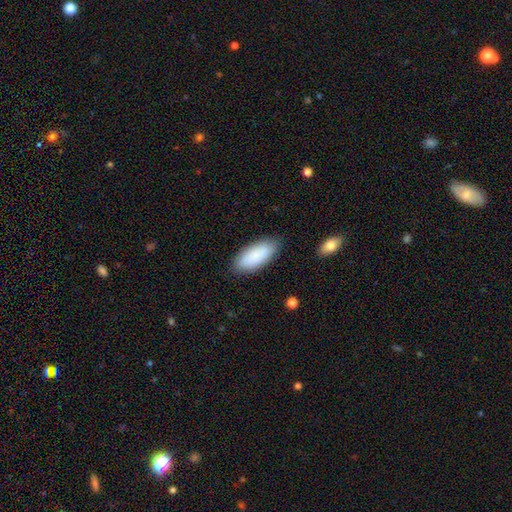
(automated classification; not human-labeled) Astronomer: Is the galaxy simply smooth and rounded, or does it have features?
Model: smooth — 88%.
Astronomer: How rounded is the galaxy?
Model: in between — 85%.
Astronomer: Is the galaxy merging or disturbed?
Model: none — 86%.